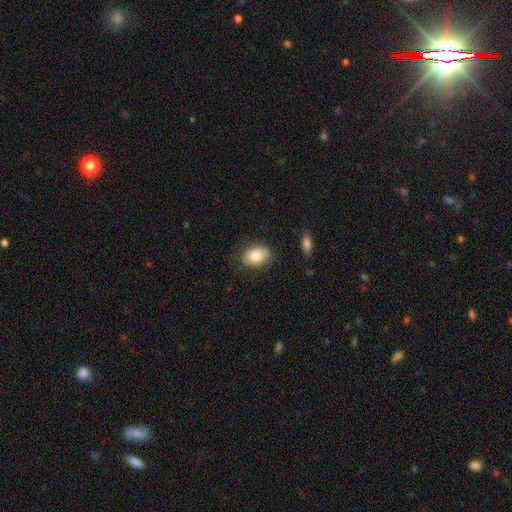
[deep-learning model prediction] A smooth galaxy with no disk features (81%) that is in between round and cigar-shaped (79%).

Vote fractions:
- Smooth or featured? smooth: 81% / featured or disk: 12% / star or artifact: 7%
- How rounded? in between: 79% / round: 19% / cigar-shaped: 1%
- Merging? none: 72% / minor disturbance: 21% / major disturbance: 6% / merger: 2%